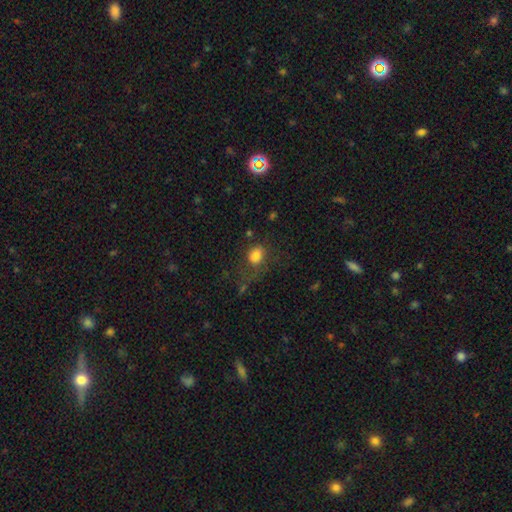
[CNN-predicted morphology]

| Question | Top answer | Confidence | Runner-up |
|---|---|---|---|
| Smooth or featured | smooth | 80% | star or artifact (11%) |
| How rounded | in between | 56% | round (42%) |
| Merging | none | 49% | major disturbance (25%) |